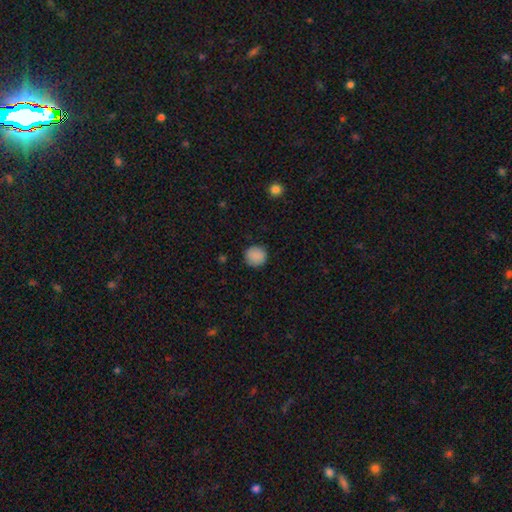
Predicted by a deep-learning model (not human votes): smooth_or_featured: smooth (p=0.88) [alt: star or artifact p=0.08]
how_rounded: round (p=0.94) [alt: in between p=0.05]
merging: none (p=0.91) [alt: minor disturbance p=0.06]